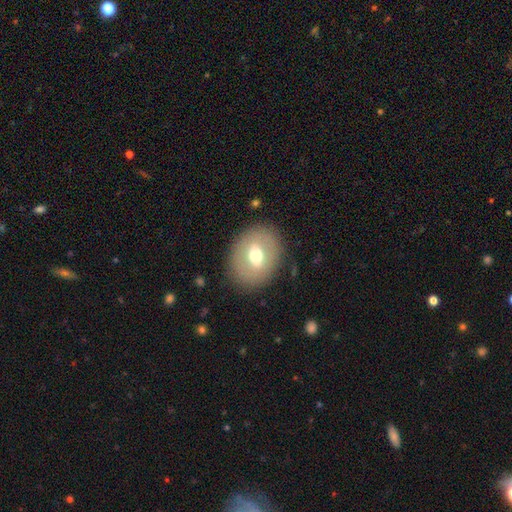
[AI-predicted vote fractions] Smooth or featured: smooth — 56% (featured or disk — 36%)
How rounded: in between — 56% (round — 43%)
Merging: none — 84% (minor disturbance — 10%)